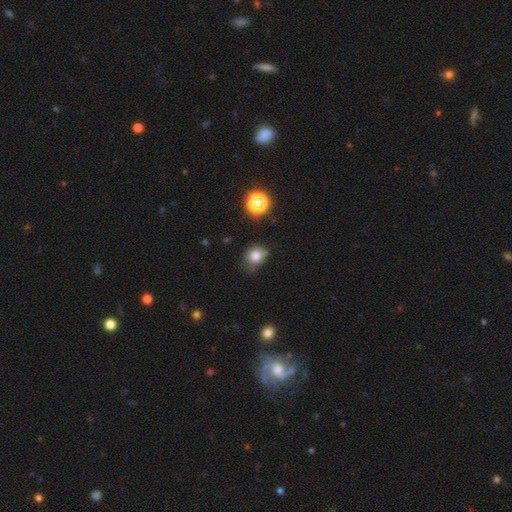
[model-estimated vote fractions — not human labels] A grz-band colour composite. It shows a smooth galaxy with no disk features (79%) that is round (68%). Merging: none (59%).